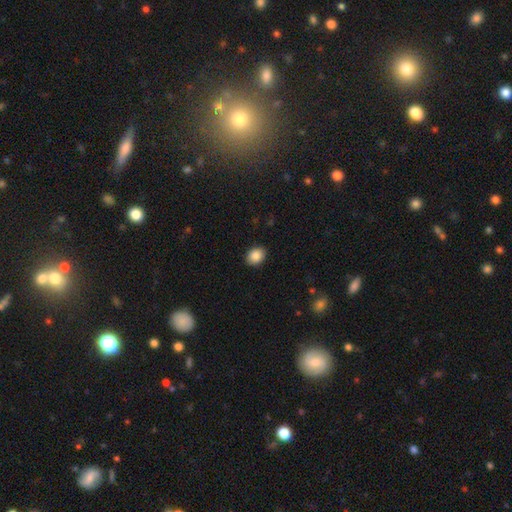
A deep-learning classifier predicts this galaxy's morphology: This is clearly a smooth galaxy (87%). How rounded: possibly in between (50%). Merging: clearly none (90%).